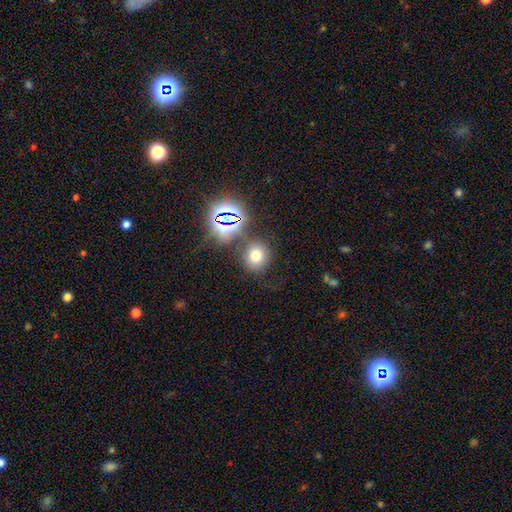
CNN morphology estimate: type=smooth (68%); roundness=round (81%); merging=none (74%).